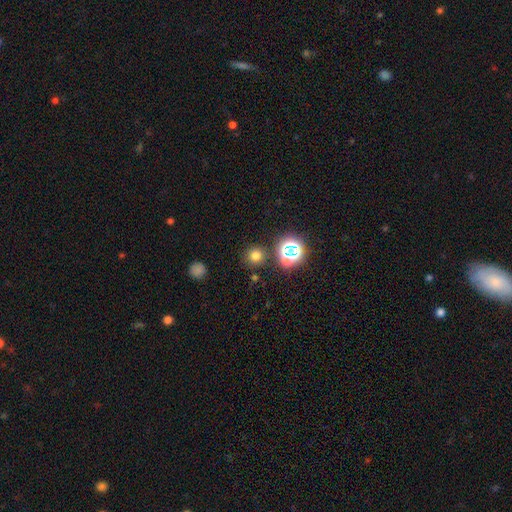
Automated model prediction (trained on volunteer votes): Q: Smooth or featured?
A: smooth (69%); runner-up: star or artifact (25%)
Q: How rounded?
A: round (93%); runner-up: in between (6%)
Q: Merging?
A: none (84%); runner-up: minor disturbance (7%)